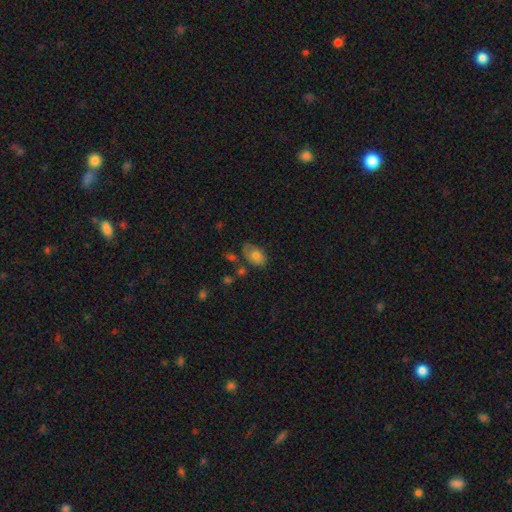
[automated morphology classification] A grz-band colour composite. It shows a smooth galaxy with no disk features (70%) that is in between round and cigar-shaped (86%). Merging: none (53%).